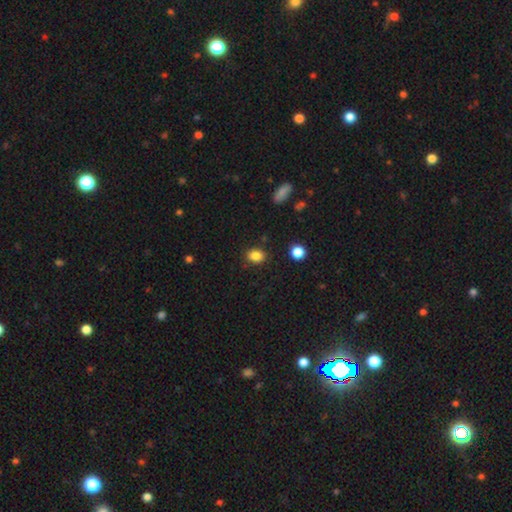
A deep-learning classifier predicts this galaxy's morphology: Smooth or featured: smooth — 85% (star or artifact — 11%)
How rounded: in between — 58% (round — 41%)
Merging: none — 85% (minor disturbance — 10%)